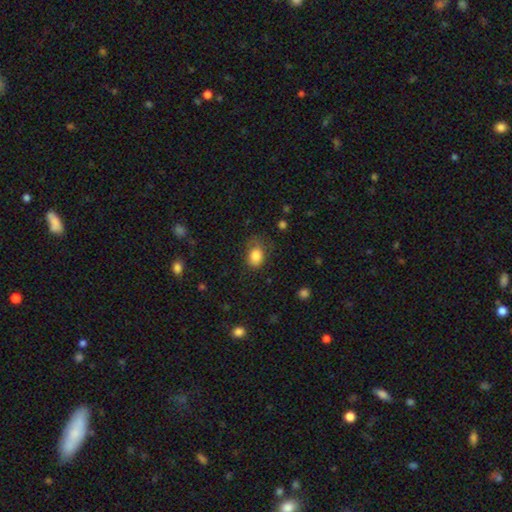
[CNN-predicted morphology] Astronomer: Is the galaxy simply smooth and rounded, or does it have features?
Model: smooth — 84%.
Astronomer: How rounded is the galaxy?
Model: in between — 70%.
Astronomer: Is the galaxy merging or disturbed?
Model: none — 61%.